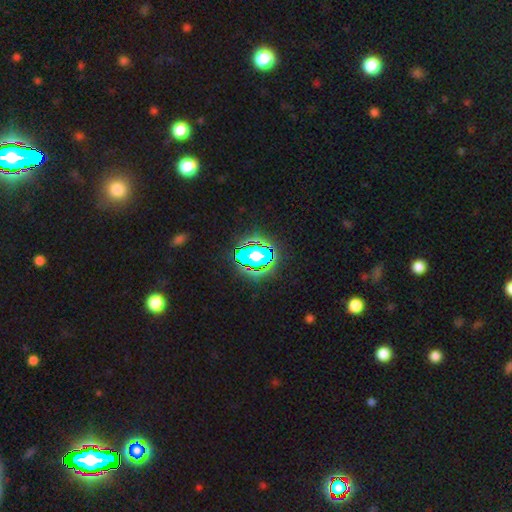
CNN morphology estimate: smooth-or-featured: star or artifact: 50% | smooth: 28% | featured or disk: 22%